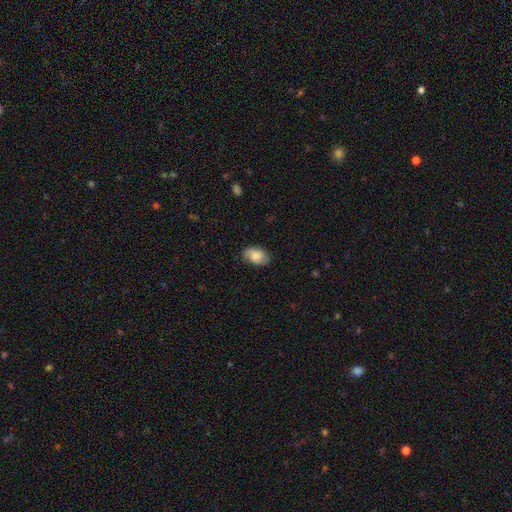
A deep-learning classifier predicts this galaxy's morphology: The model was most divided on "smooth or featured": smooth: 78%, featured or disk: 15%, star or artifact: 7%. More confident: how rounded — in between (91%); merging — none (79%).